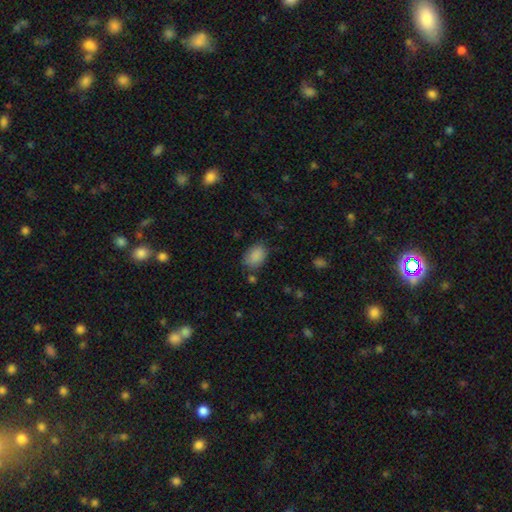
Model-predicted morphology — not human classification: type=smooth (88%); roundness=in between (80%); merging=none (74%).